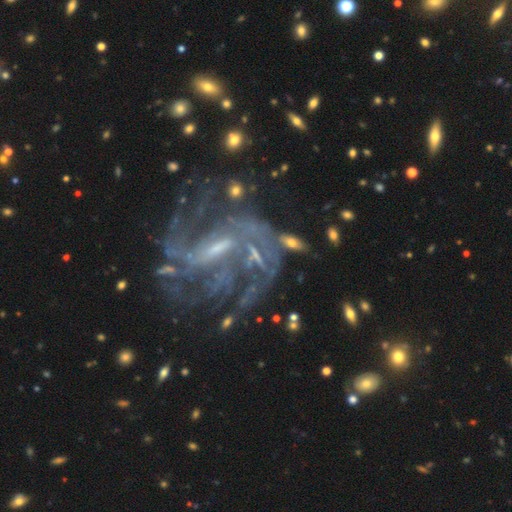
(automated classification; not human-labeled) This appears to be a featured or disk galaxy (85%) with a weak bar (40%), medium (42%) spiral arms (92%) and a small central bulge (44%). Merging: none (52%).